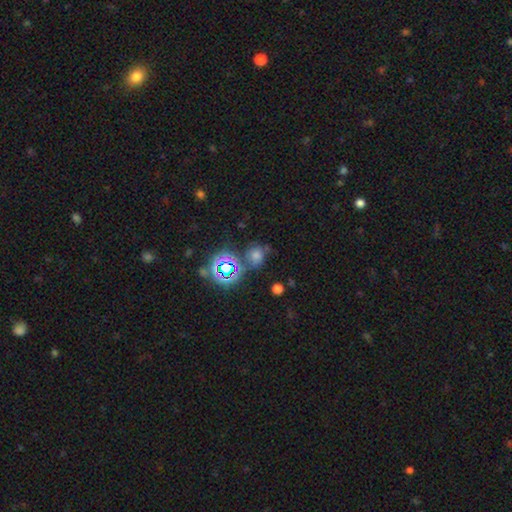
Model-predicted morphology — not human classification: The model was most divided on "smooth or featured": star or artifact: 49%, smooth: 39%, featured or disk: 12%.